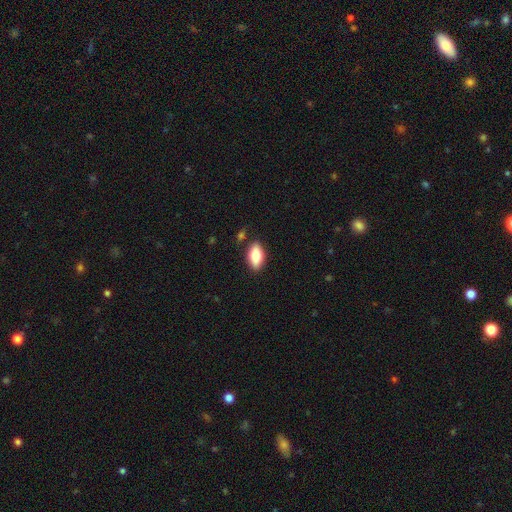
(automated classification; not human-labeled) Smooth or featured?
  - smooth: 79% *
  - featured or disk: 15%
  - star or artifact: 7%
How rounded?
  - in between: 89% *
  - cigar-shaped: 8%
  - round: 3%
Merging?
  - none: 83% *
  - minor disturbance: 11%
  - merger: 3%
  - major disturbance: 2%